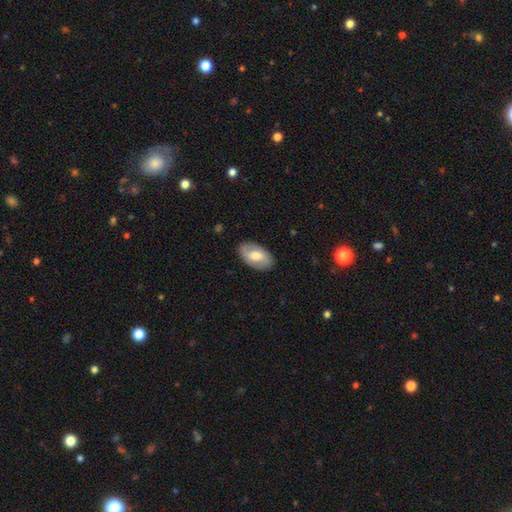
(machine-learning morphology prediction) A smooth galaxy with no disk features (55%) that is in between round and cigar-shaped (94%). Merging: none (84%).